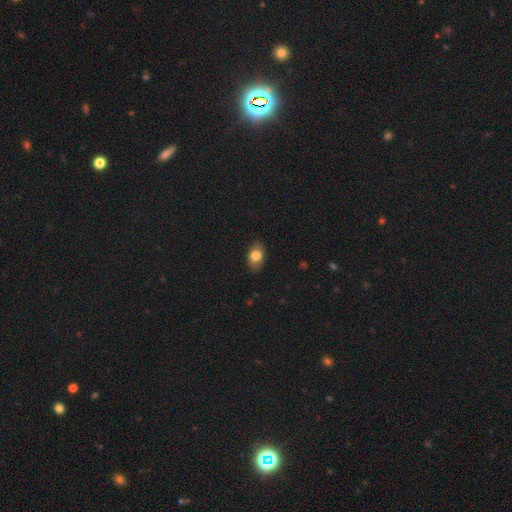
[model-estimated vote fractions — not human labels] Smooth or featured: smooth — 80% (featured or disk — 12%)
How rounded: in between — 84% (round — 14%)
Merging: none — 86% (minor disturbance — 11%)